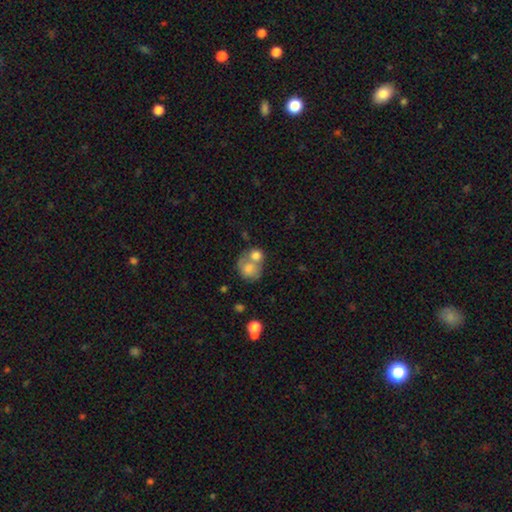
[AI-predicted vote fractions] The model was most divided on "merging": merger: 59%, none: 26%, minor disturbance: 9%, major disturbance: 5%. More confident: smooth or featured — smooth (74%); how rounded — round (70%).